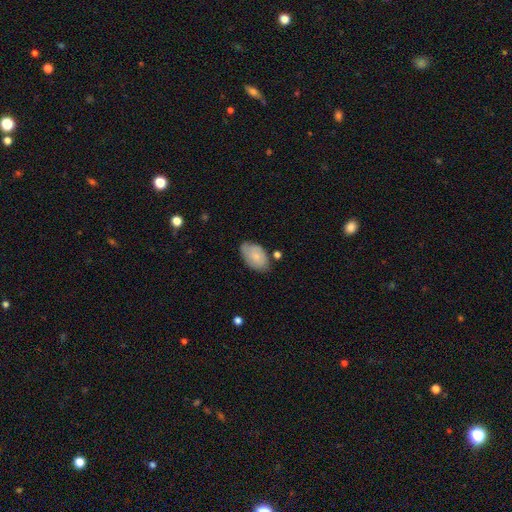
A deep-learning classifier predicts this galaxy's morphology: smooth 72%, featured or disk 22%, star or artifact 7%. Down the decision tree: how rounded — in between (92%); merging — none (66%).